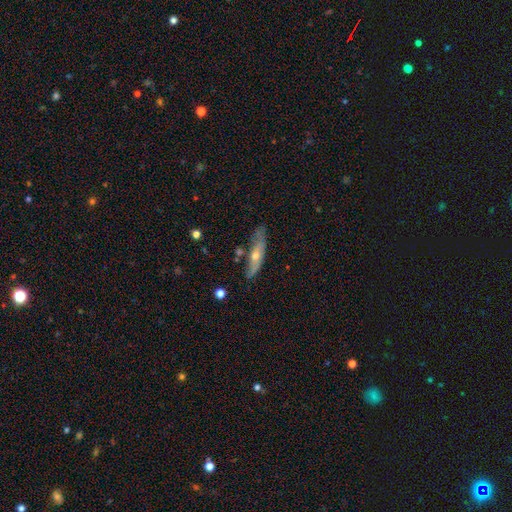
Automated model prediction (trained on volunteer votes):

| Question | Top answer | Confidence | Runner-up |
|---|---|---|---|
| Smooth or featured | featured or disk | 53% | smooth (40%) |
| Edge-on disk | yes | 61% | no (39%) |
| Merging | none | 65% | minor disturbance (24%) |